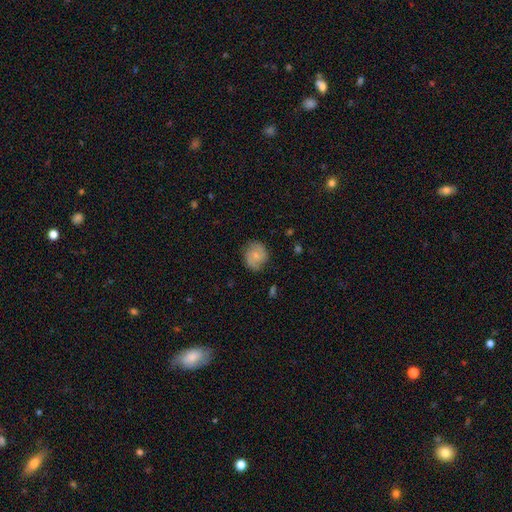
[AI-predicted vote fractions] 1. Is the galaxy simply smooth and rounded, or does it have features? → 51% smooth, 41% featured or disk, 8% star or artifact.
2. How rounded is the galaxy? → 80% round, 19% in between, 1% cigar-shaped.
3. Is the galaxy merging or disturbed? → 77% none, 17% minor disturbance, 5% major disturbance, 1% merger.